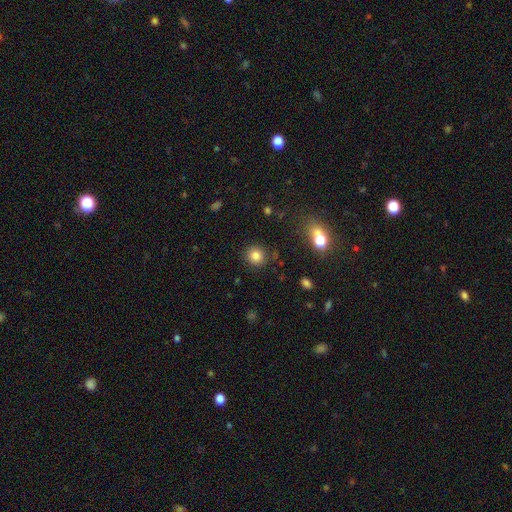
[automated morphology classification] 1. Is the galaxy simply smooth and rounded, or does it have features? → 81% smooth, 12% star or artifact, 7% featured or disk.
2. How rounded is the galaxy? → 88% round, 11% in between, 1% cigar-shaped.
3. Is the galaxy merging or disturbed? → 88% none, 7% minor disturbance, 3% major disturbance, 2% merger.